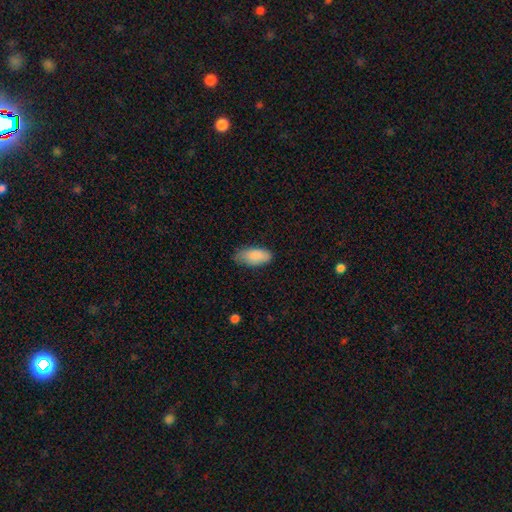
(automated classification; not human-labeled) This appears to be a smooth galaxy with no disk features (87%) that is in between round and cigar-shaped (92%). Merging: none (63%).